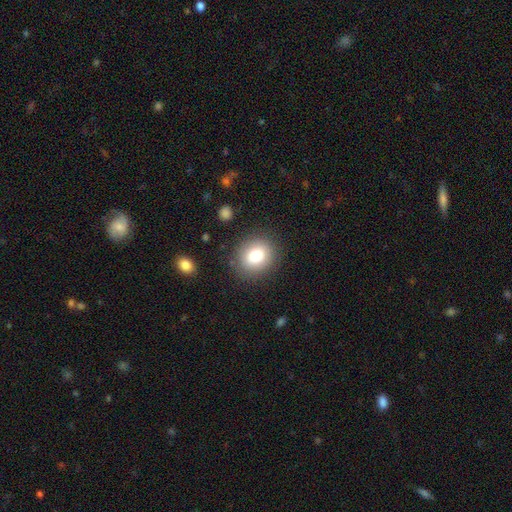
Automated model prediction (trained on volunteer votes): The model was most divided on "how rounded": round: 67%, in between: 32%, cigar-shaped: 1%. More confident: merging — none (85%); smooth or featured — smooth (83%).